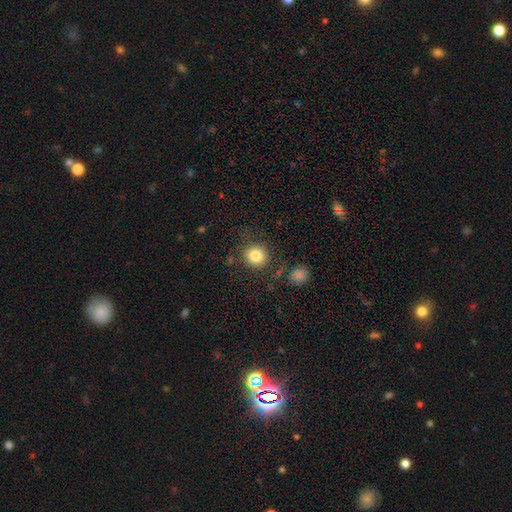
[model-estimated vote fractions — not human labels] Q: Smooth or featured?
A: smooth (84%); runner-up: star or artifact (10%)
Q: How rounded?
A: round (88%); runner-up: in between (11%)
Q: Merging?
A: none (82%); runner-up: minor disturbance (10%)